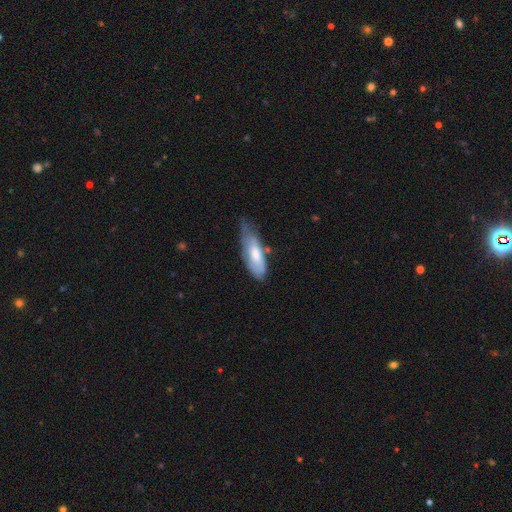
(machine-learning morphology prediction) smooth-or-featured: smooth: 62% | featured or disk: 32% | star or artifact: 6%
  how-rounded: in between: 61% | cigar-shaped: 37% | round: 2%
  merging: minor disturbance: 43% | none: 35% | major disturbance: 18% | merger: 3%